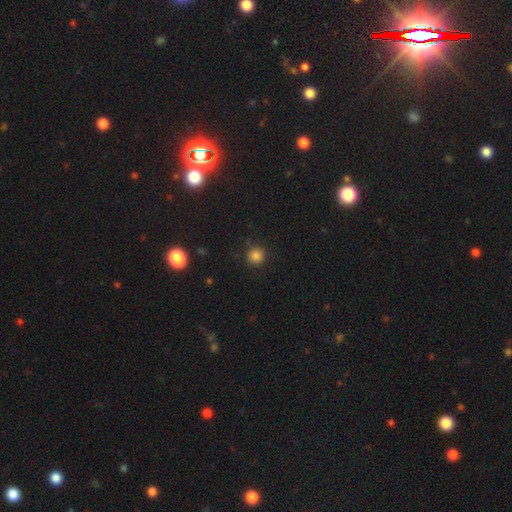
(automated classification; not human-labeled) The model was most divided on "smooth or featured": smooth: 83%, star or artifact: 13%, featured or disk: 3%. More confident: how rounded — round (93%); merging — none (87%).